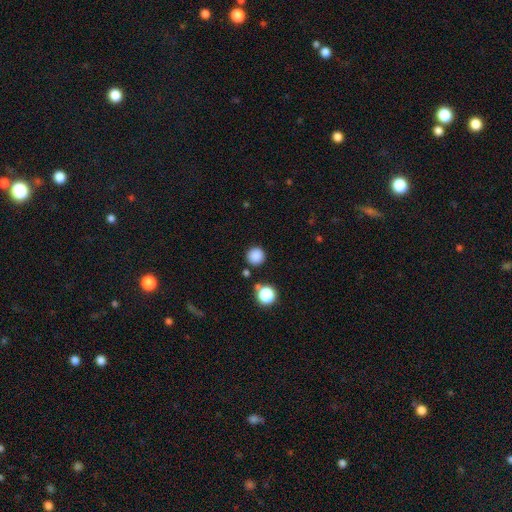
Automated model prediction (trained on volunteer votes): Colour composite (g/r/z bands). It shows a smooth galaxy with no disk features (84%) that is round (95%). Merging: none (87%).